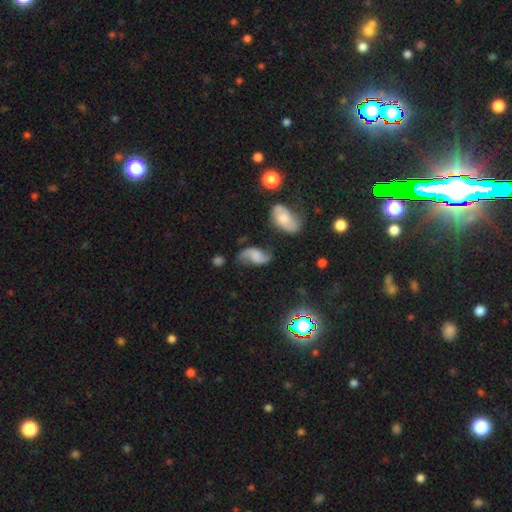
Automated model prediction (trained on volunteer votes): Morphology: type=featured or disk (63%); edge-on=no (96%); bar=no (57%); spiral arms=yes (92%); winding=loose (69%); arm count=2 (90%); bulge=none (55%); merging=none (59%).